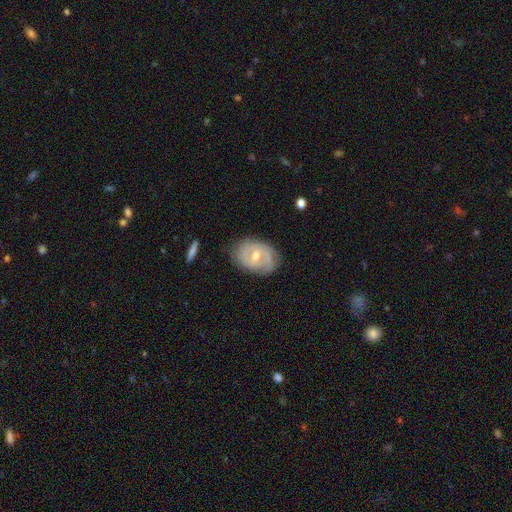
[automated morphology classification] Smooth or featured? Predicted: featured or disk (p=0.65). Edge-on disk? Predicted: no (p=0.95). Bar? Predicted: weak (p=0.50). Spiral arms? Predicted: yes (p=0.69). Bulge size? Predicted: moderate (p=0.69). Merging? Predicted: none (p=0.69).